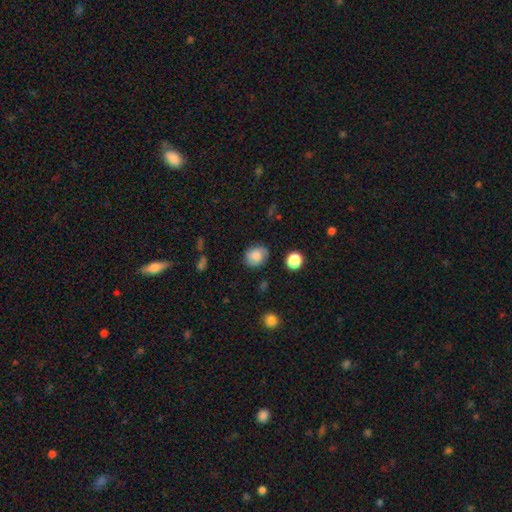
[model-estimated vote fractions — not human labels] The model was most divided on "how rounded": round: 58%, in between: 41%, cigar-shaped: 1%. More confident: merging — none (77%); smooth or featured — smooth (73%).